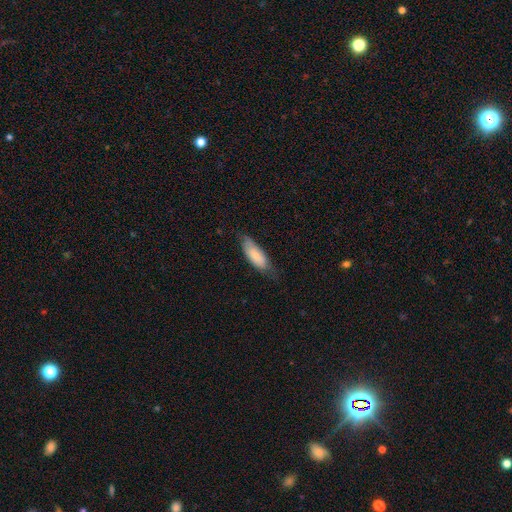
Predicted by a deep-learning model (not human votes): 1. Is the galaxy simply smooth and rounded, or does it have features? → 80% smooth, 14% featured or disk, 6% star or artifact.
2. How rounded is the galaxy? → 67% in between, 31% cigar-shaped, 2% round.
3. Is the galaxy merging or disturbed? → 62% none, 29% minor disturbance, 7% major disturbance, 1% merger.